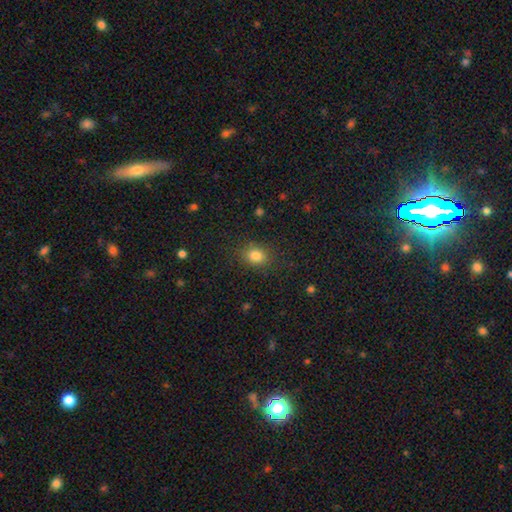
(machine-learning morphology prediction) smooth-or-featured: smooth: 82% | star or artifact: 12% | featured or disk: 6%
  how-rounded: in between: 52% | round: 47% | cigar-shaped: 1%
  merging: none: 84% | minor disturbance: 11% | major disturbance: 4% | merger: 1%